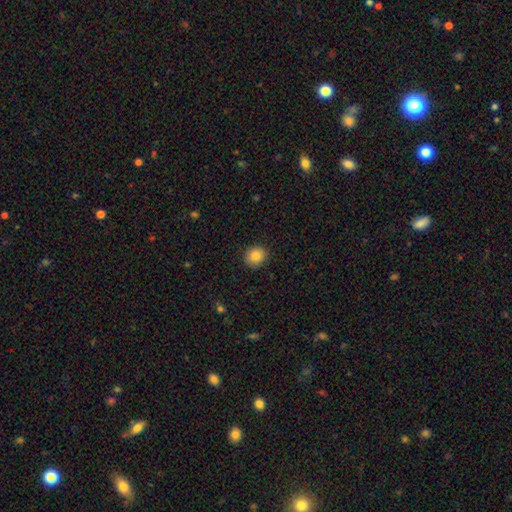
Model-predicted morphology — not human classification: smooth 85%, star or artifact 9%, featured or disk 6%. Down the decision tree: how rounded — round (83%); merging — none (90%).